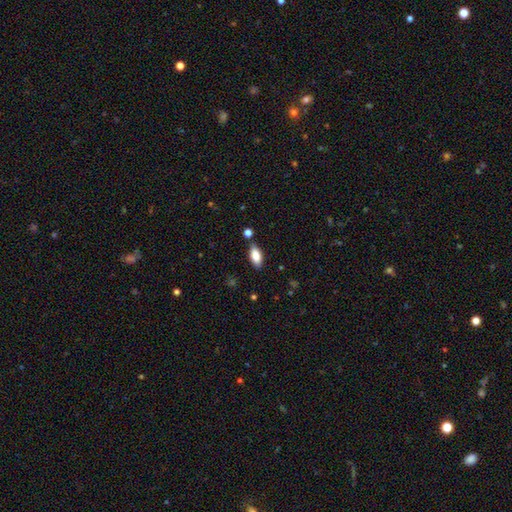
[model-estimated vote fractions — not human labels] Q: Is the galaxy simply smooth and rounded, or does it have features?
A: smooth — 82%.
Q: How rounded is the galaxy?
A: in between — 86%.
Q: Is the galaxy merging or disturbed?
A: none — 83%.